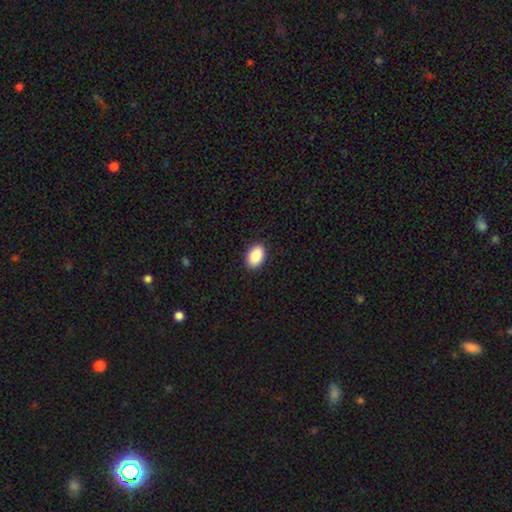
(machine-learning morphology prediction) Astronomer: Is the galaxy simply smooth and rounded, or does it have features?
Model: smooth — 89%.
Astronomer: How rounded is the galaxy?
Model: in between — 90%.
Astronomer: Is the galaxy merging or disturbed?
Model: none — 89%.